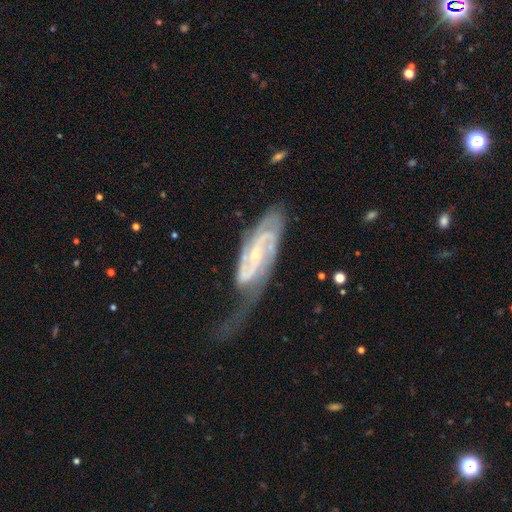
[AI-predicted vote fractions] smooth_or_featured: featured or disk (p=0.89) [alt: smooth p=0.06]
disk_edge_on: no (p=0.93) [alt: yes p=0.07]
bar: no (p=0.40) [alt: weak p=0.38]
has_spiral_arms: yes (p=0.97) [alt: no p=0.03]
spiral_winding: medium (p=0.44) [alt: tight p=0.41]
spiral_arm_count: 2 (p=0.58) [alt: 3 p=0.14]
bulge_size: small (p=0.75) [alt: moderate p=0.22]
merging: none (p=0.37) [alt: minor disturbance p=0.31]